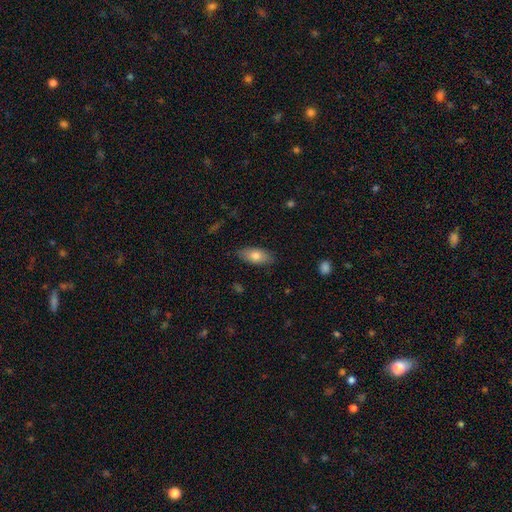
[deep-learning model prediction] smooth-or-featured: smooth: 78% | featured or disk: 15% | star or artifact: 7%
  how-rounded: in between: 88% | cigar-shaped: 9% | round: 3%
  merging: none: 84% | minor disturbance: 13% | major disturbance: 3% | merger: 1%